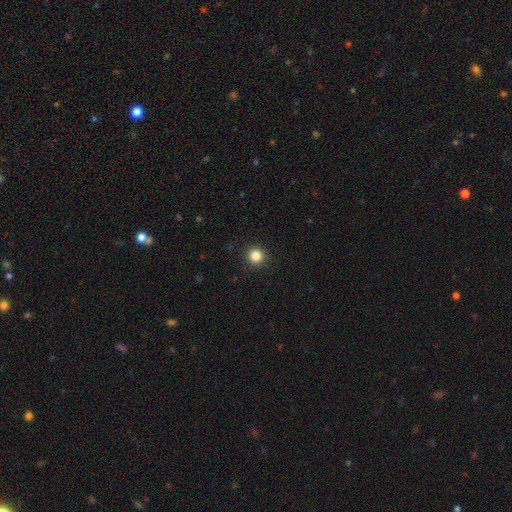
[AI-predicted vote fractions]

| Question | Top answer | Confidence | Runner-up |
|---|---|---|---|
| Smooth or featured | smooth | 84% | star or artifact (12%) |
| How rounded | round | 94% | in between (5%) |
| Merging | none | 93% | minor disturbance (5%) |